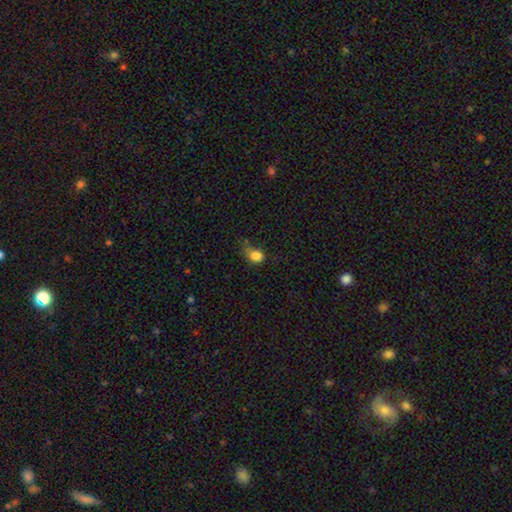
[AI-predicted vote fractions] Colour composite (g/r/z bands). It shows a smooth galaxy with no disk features (82%) that is in between round and cigar-shaped (56%). Merging: none (39%).